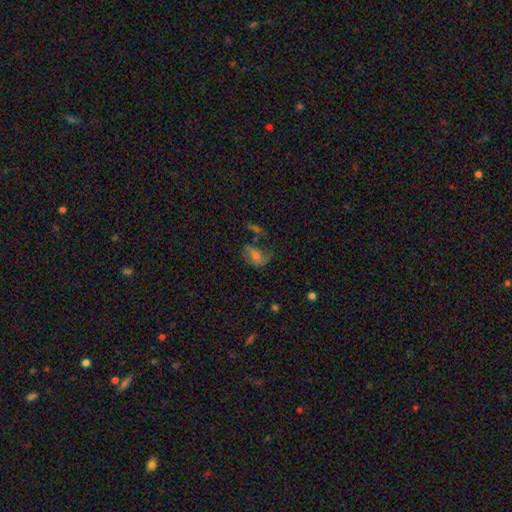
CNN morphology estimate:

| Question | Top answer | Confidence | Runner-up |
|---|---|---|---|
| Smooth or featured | featured or disk | 49% | smooth (37%) |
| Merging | none | 47% | major disturbance (24%) |